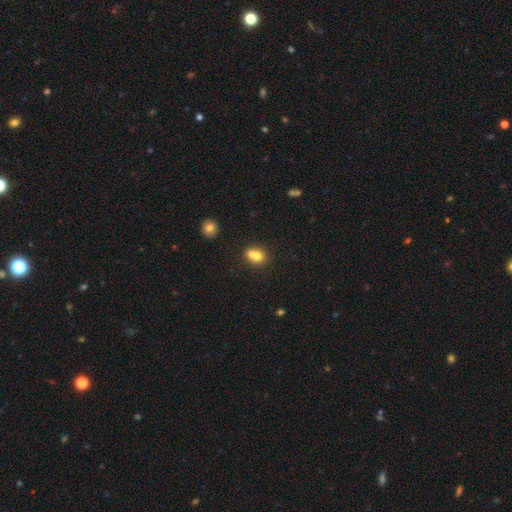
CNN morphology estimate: Smooth or featured?
  - smooth: 72% *
  - featured or disk: 16%
  - star or artifact: 11%
How rounded?
  - round: 67% *
  - in between: 31%
  - cigar-shaped: 1%
Merging?
  - merger: 55% *
  - none: 34%
  - minor disturbance: 8%
  - major disturbance: 3%